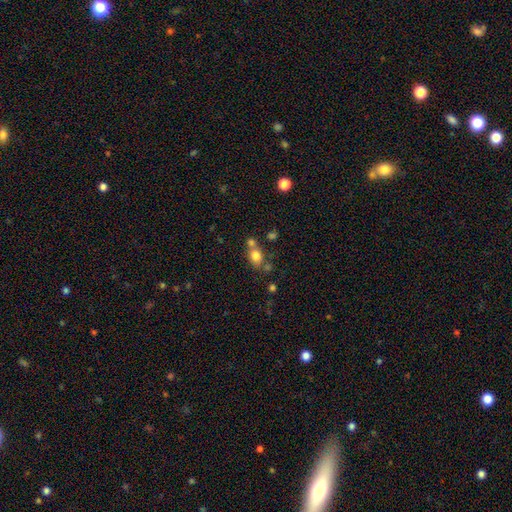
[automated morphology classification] A smooth galaxy with no disk features (77%) that is round (54%). Merging: none (51%).